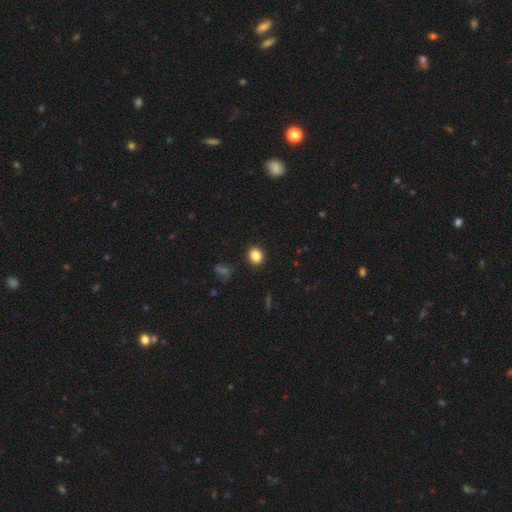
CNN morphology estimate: smooth_or_featured: smooth (p=0.86) [alt: star or artifact p=0.10]
how_rounded: round (p=0.63) [alt: in between p=0.36]
merging: none (p=0.90) [alt: minor disturbance p=0.06]